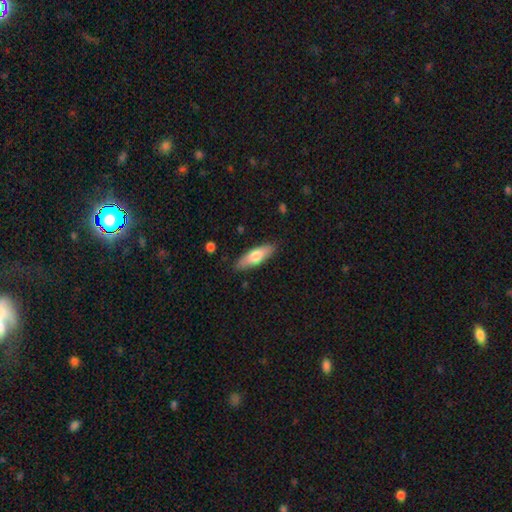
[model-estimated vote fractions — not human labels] A smooth galaxy with no disk features (70%) that is in between round and cigar-shaped (52%).

Vote fractions:
- Smooth or featured? smooth: 70% / featured or disk: 25% / star or artifact: 6%
- How rounded? in between: 52% / cigar-shaped: 46% / round: 2%
- Merging? none: 85% / minor disturbance: 11% / major disturbance: 2% / merger: 1%